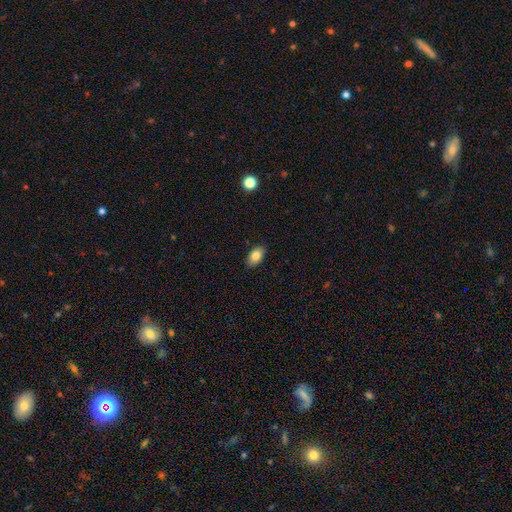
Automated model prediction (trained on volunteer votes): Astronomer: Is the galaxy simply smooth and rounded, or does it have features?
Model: smooth — 83%.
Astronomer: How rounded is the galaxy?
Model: in between — 91%.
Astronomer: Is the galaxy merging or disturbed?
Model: none — 89%.